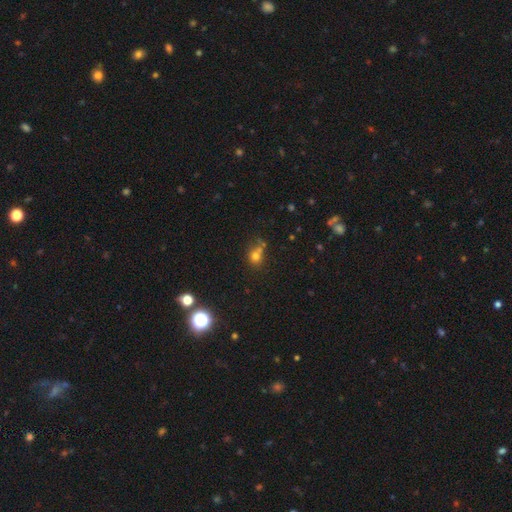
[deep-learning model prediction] A smooth galaxy with no disk features (71%) that is round (76%). Merging: none (52%).